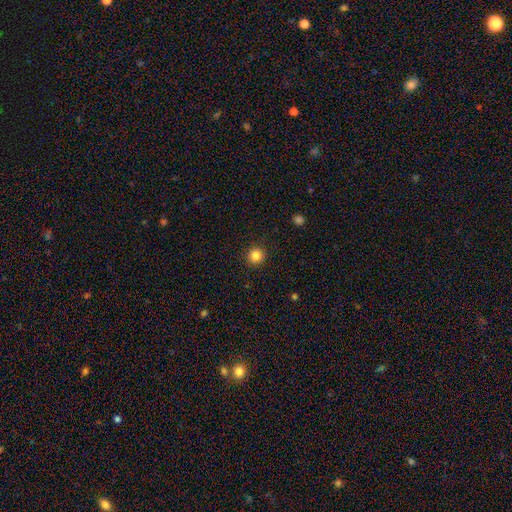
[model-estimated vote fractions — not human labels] The model was most divided on "smooth or featured": smooth: 84%, star or artifact: 12%, featured or disk: 4%. More confident: how rounded — round (95%); merging — none (92%).